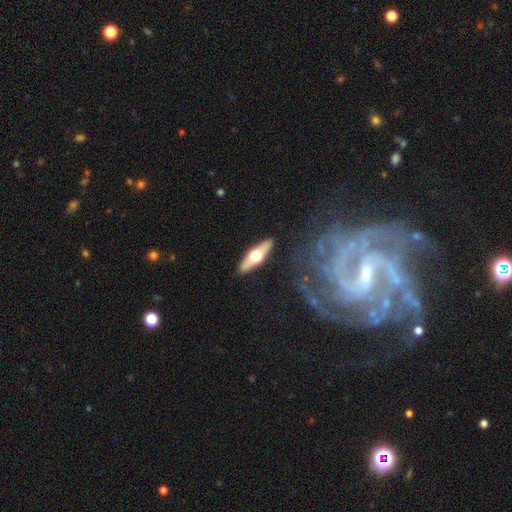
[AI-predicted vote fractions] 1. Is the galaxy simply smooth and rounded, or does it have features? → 50% featured or disk, 44% smooth, 5% star or artifact.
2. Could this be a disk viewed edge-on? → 86% yes, 14% no.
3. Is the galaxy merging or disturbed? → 88% none, 8% minor disturbance, 2% major disturbance, 2% merger.